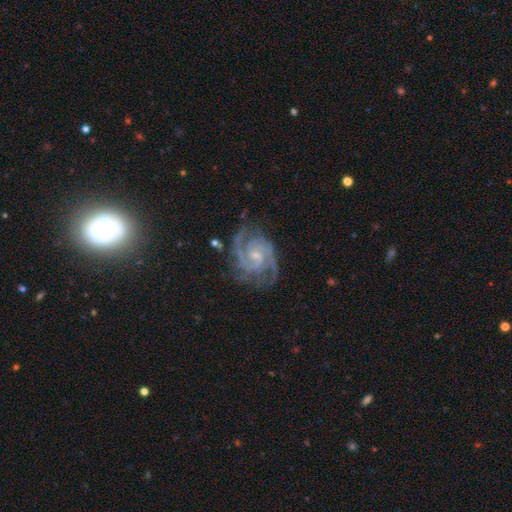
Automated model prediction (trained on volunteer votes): A featured or disk galaxy (92%) with no bar (48%), 2 (53%) tight (53%) spiral arms (98%) and a small central bulge (67%). Merging: none (72%).